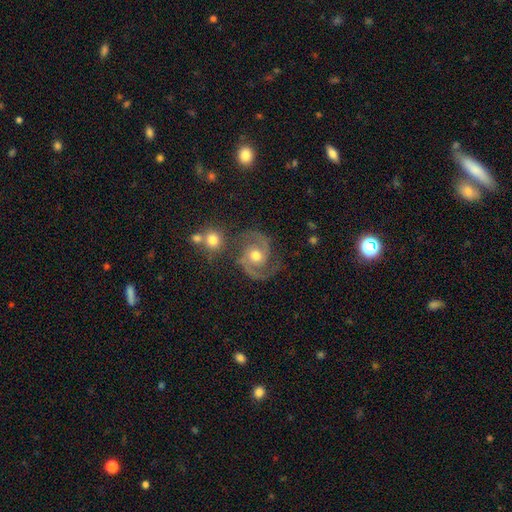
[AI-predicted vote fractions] smooth_or_featured: featured or disk (p=0.91) [alt: star or artifact p=0.05]
disk_edge_on: no (p=0.98) [alt: yes p=0.02]
bar: no (p=0.65) [alt: weak p=0.28]
has_spiral_arms: yes (p=0.98) [alt: no p=0.02]
spiral_winding: medium (p=0.64) [alt: tight p=0.23]
spiral_arm_count: 2 (p=0.94) [alt: can't tell p=0.02]
bulge_size: moderate (p=0.79) [alt: small p=0.12]
merging: none (p=0.71) [alt: minor disturbance p=0.15]